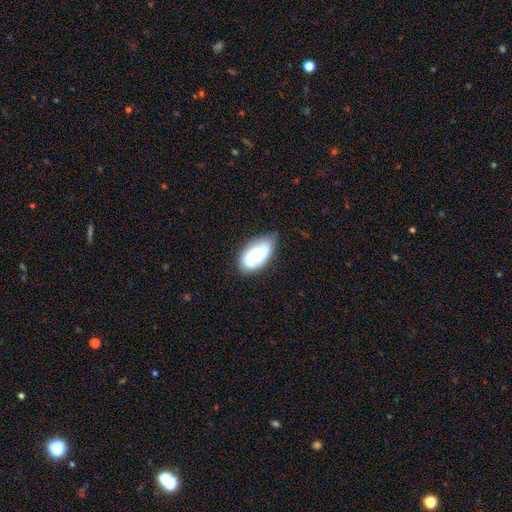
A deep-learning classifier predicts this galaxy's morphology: Smooth or featured? Predicted: smooth (p=0.54). How rounded? Predicted: in between (p=0.92). Merging? Predicted: none (p=0.51).